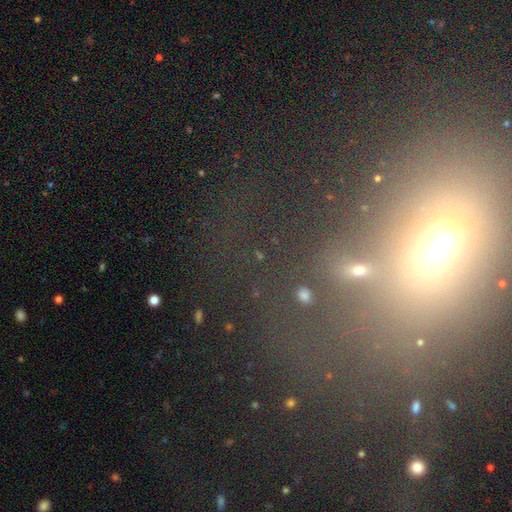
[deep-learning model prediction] A star or artifact, not a galaxy (56%).

Vote fractions:
- Smooth or featured? star or artifact: 56% / smooth: 29% / featured or disk: 15%